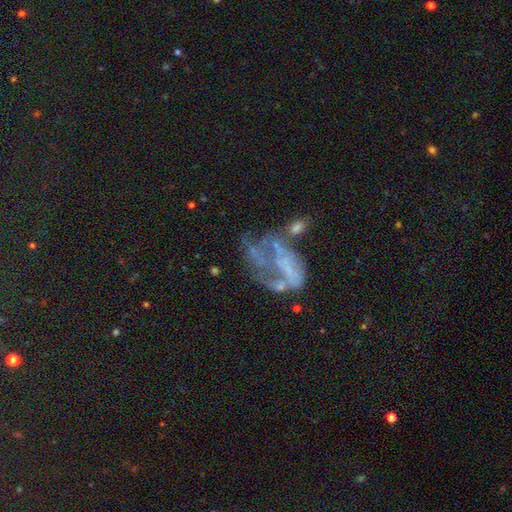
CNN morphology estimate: Smooth or featured? Predicted: featured or disk (p=0.64). Edge-on disk? Predicted: no (p=0.97). Bar? Predicted: no (p=0.81). Spiral arms? Predicted: no (p=0.78). Bulge size? Predicted: none (p=0.75). Merging? Predicted: major disturbance (p=0.44).